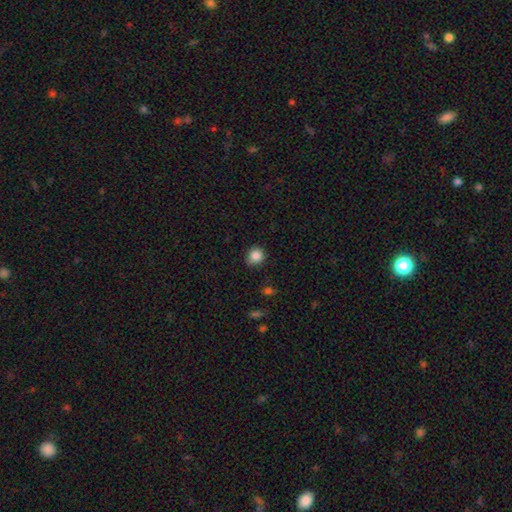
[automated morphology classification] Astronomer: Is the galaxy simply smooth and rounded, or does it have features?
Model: smooth — 86%.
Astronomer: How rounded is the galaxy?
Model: round — 87%.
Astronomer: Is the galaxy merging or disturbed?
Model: none — 78%.